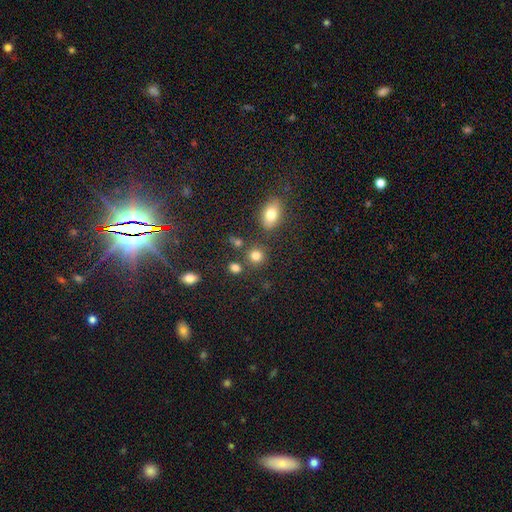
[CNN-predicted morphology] Smooth or featured? smooth (81%)
How rounded? round (84%)
Merging? none (78%)